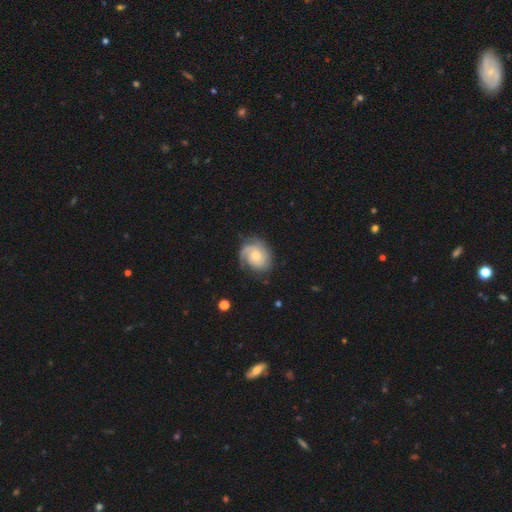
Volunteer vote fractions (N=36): featured or disk 86%, smooth 8%, star or artifact 6%. Down the decision tree: edge-on disk — no (97%); bar — no (67%); spiral arms — yes (93%); spiral arm count — 1 (50%); spiral winding — tight (54%); bulge size — small (63%); merging — none (68%).